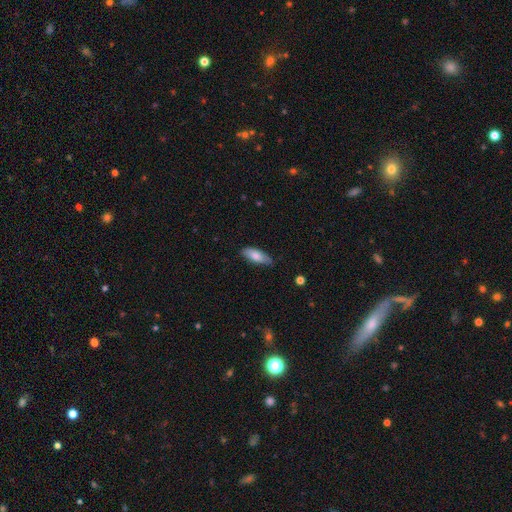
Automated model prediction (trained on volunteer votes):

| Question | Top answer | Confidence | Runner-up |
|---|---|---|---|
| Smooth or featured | smooth | 77% | featured or disk (17%) |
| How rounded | in between | 71% | cigar-shaped (27%) |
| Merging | none | 75% | minor disturbance (20%) |